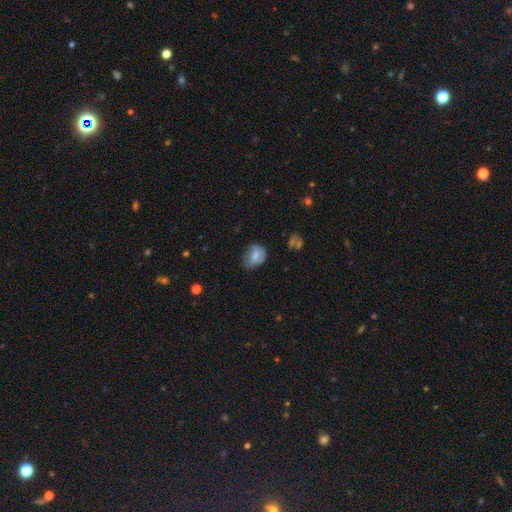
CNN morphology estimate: A smooth galaxy with no disk features (67%) that is in between round and cigar-shaped (51%). Merging: none (49%).